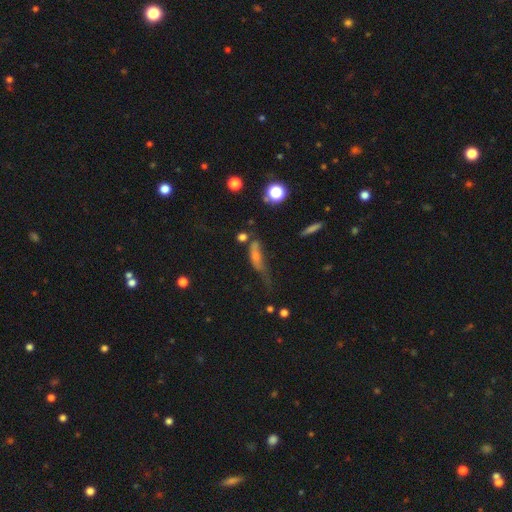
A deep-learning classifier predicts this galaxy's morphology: Smooth or featured? smooth (43%)
Merging? major disturbance (32%)